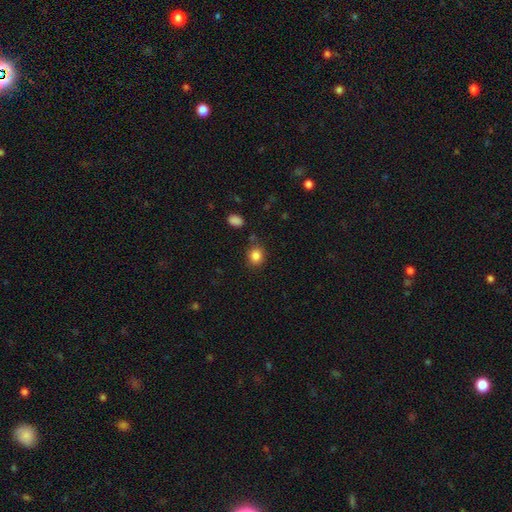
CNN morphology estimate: smooth-or-featured: smooth: 85% | star or artifact: 10% | featured or disk: 5%
  how-rounded: round: 67% | in between: 32% | cigar-shaped: 1%
  merging: none: 79% | minor disturbance: 12% | merger: 5% | major disturbance: 4%